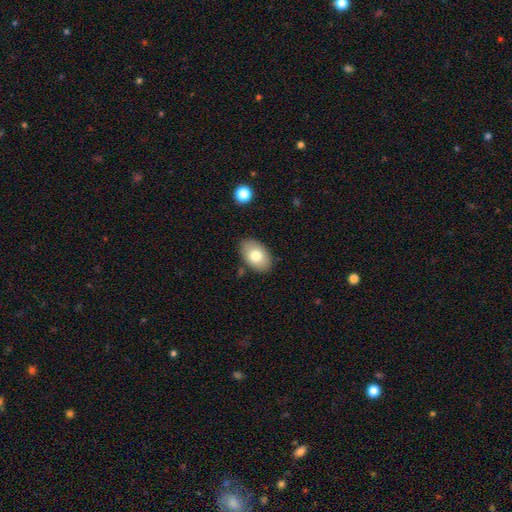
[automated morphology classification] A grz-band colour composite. It shows a smooth galaxy with no disk features (76%) that is in between round and cigar-shaped (90%). Merging: none (84%).